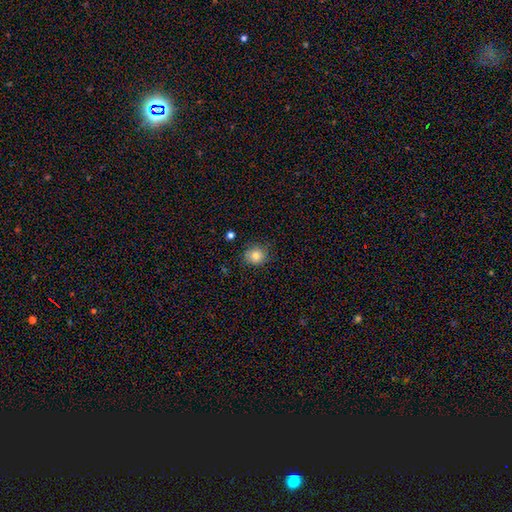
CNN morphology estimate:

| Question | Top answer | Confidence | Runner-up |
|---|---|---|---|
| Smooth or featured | smooth | 82% | star or artifact (11%) |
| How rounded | round | 83% | in between (16%) |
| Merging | none | 84% | minor disturbance (12%) |